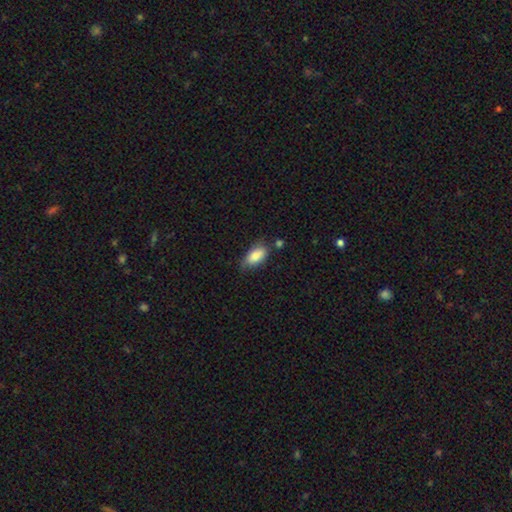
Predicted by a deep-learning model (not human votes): Morphology: type=smooth (85%); roundness=in between (90%); merging=none (60%).